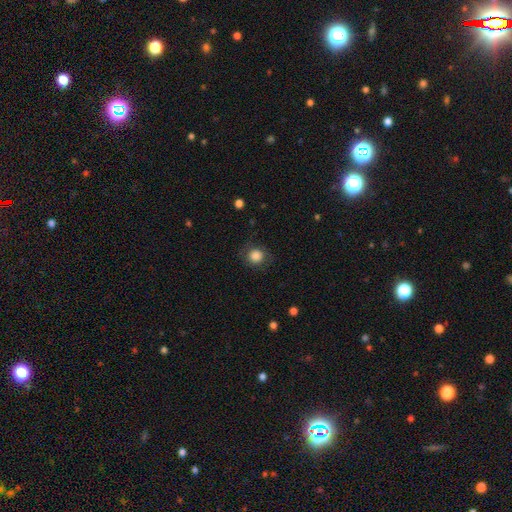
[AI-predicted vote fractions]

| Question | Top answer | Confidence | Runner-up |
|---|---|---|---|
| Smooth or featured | smooth | 83% | star or artifact (9%) |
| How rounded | round | 88% | in between (11%) |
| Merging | none | 80% | minor disturbance (13%) |